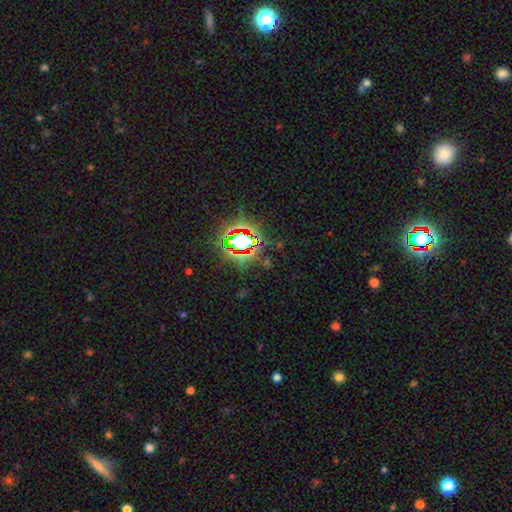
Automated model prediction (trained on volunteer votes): star or artifact 81%, smooth 11%, featured or disk 8%.